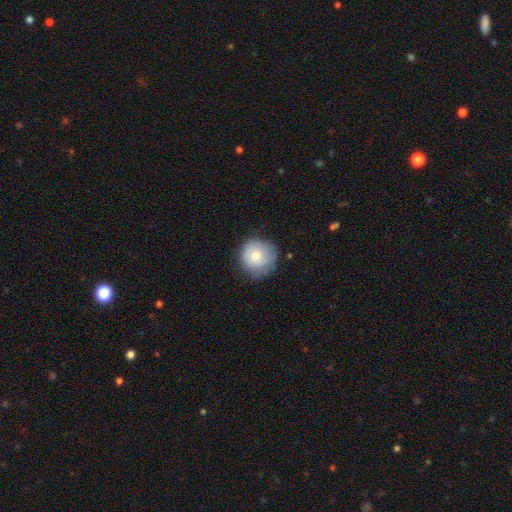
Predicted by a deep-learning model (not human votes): A smooth galaxy with no disk features (68%) that is round (92%).

Vote fractions:
- Smooth or featured? smooth: 68% / featured or disk: 25% / star or artifact: 7%
- How rounded? round: 92% / in between: 7% / cigar-shaped: 1%
- Merging? none: 72% / minor disturbance: 21% / major disturbance: 5% / merger: 1%